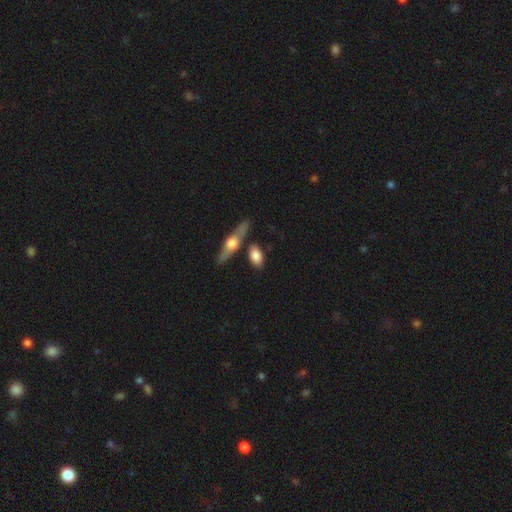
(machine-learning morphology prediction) type=smooth (75%); roundness=in between (83%); merging=none (69%).